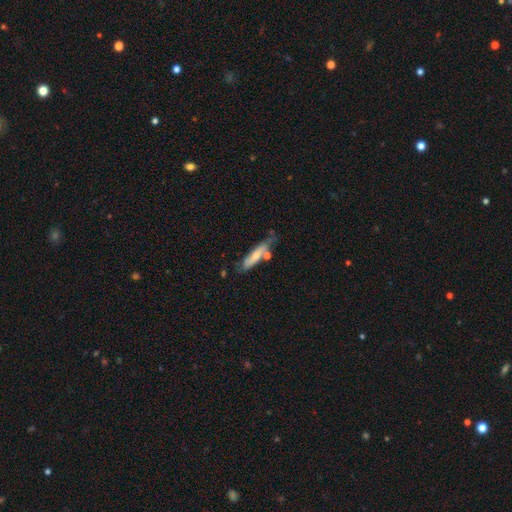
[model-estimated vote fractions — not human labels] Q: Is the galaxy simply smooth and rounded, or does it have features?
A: smooth — 61%.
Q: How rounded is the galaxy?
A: cigar-shaped — 74%.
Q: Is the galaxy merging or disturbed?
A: none — 53%.